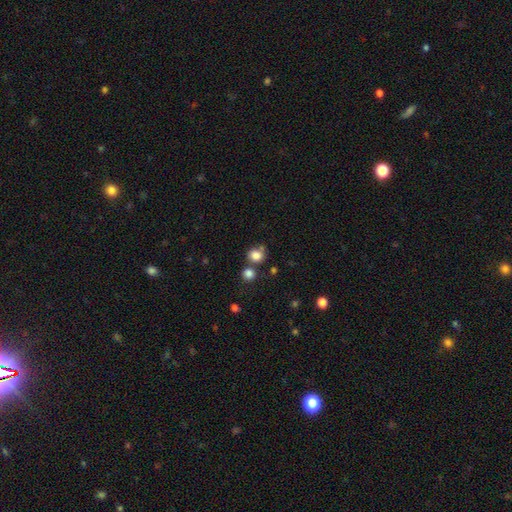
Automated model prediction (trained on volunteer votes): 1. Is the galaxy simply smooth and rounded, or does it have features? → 83% smooth, 12% star or artifact, 6% featured or disk.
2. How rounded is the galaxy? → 74% round, 25% in between, 1% cigar-shaped.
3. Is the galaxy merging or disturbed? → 61% none, 22% merger, 12% minor disturbance, 5% major disturbance.